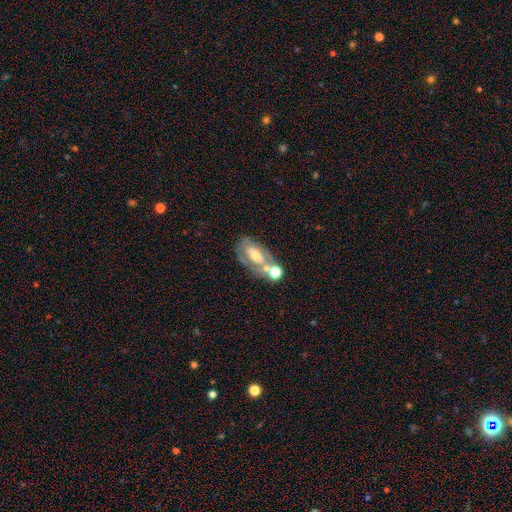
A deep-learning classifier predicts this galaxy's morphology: A featured or disk galaxy (63%) with no bar (61%), spiral arms (51%) and a moderate central bulge (53%).

Vote fractions:
- Smooth or featured? featured or disk: 63% / smooth: 27% / star or artifact: 10%
- Edge-on disk? no: 92% / yes: 8%
- Bar? no: 61% / weak: 25% / strong: 14%
- Spiral arms? yes: 51% / no: 49%
- Bulge size? moderate: 53% / small: 36% / large: 6% / none: 3% / dominant: 2%
- Merging? none: 47% / merger: 24% / minor disturbance: 18% / major disturbance: 11%